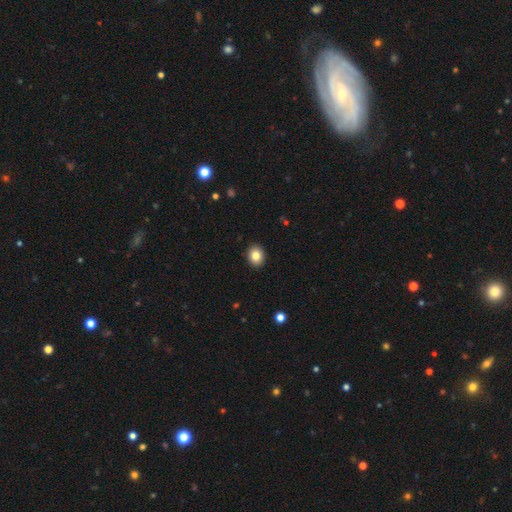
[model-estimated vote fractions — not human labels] Smooth or featured: smooth — 84% (star or artifact — 9%)
How rounded: round — 53% (in between — 47%)
Merging: none — 91% (minor disturbance — 6%)